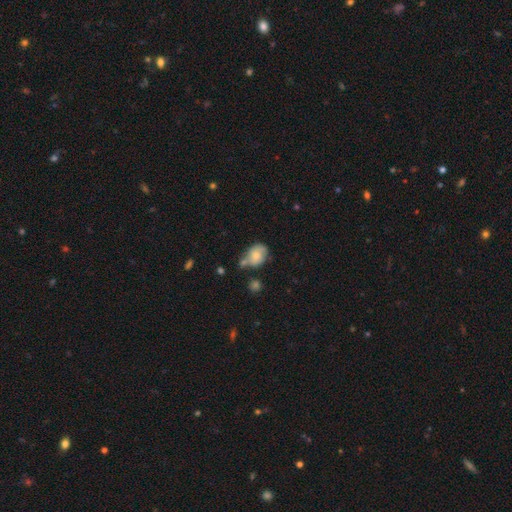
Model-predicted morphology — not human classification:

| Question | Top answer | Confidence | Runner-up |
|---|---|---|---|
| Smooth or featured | smooth | 70% | featured or disk (21%) |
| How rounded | in between | 57% | round (41%) |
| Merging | none | 44% | minor disturbance (26%) |